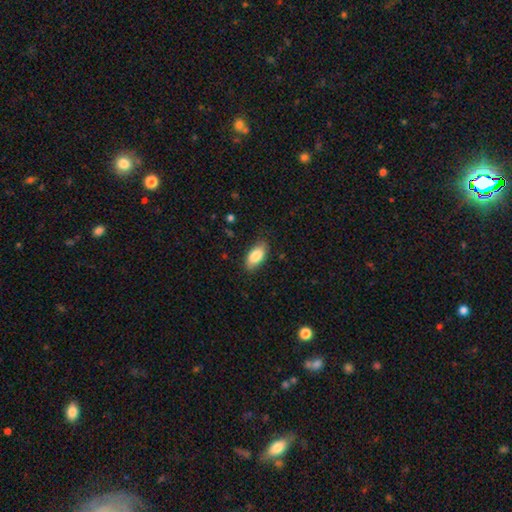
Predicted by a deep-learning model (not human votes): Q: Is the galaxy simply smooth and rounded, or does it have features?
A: smooth — 84%.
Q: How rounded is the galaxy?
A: in between — 91%.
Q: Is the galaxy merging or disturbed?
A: none — 83%.